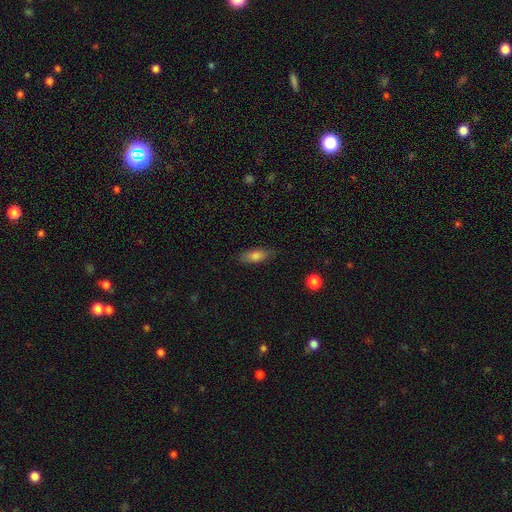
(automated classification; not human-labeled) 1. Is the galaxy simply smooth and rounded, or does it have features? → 76% smooth, 16% featured or disk, 8% star or artifact.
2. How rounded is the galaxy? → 75% in between, 22% cigar-shaped, 3% round.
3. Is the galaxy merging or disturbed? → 81% none, 15% minor disturbance, 3% major disturbance, 1% merger.